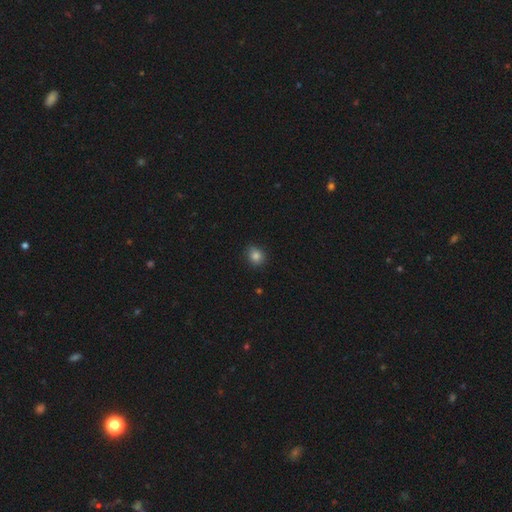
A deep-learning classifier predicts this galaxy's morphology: Smooth or featured?
  - smooth: 84% *
  - star or artifact: 12%
  - featured or disk: 5%
How rounded?
  - round: 68% *
  - in between: 31%
  - cigar-shaped: 1%
Merging?
  - none: 85% *
  - minor disturbance: 12%
  - major disturbance: 2%
  - merger: 1%